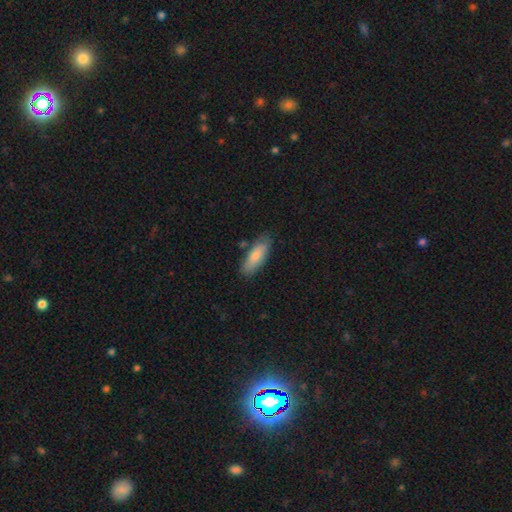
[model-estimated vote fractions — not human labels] Overall: smooth (78%). How rounded: in between (70%). Merging: none (74%).